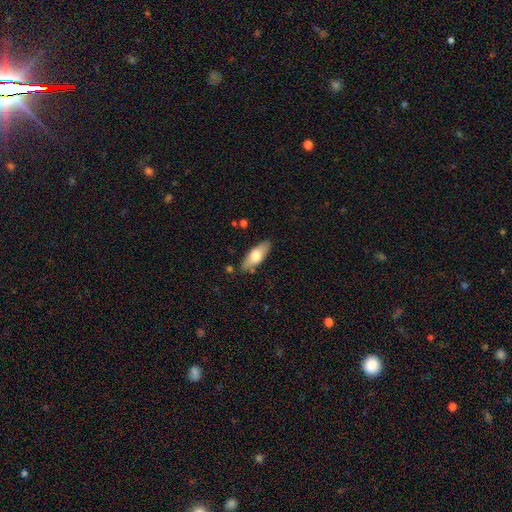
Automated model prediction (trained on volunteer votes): Morphology: type=smooth (69%); roundness=in between (75%); merging=none (82%).